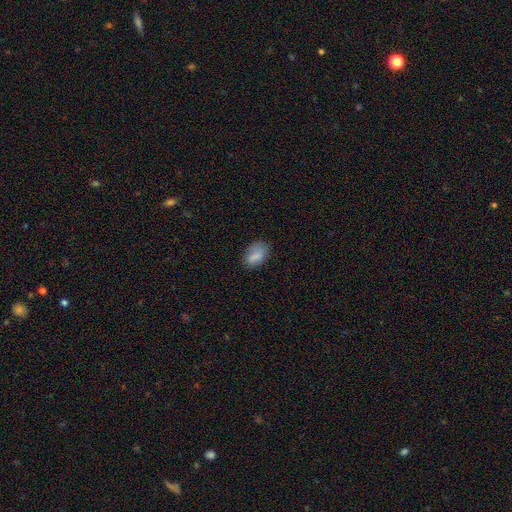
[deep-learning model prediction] Smooth or featured?
  - smooth: 78% *
  - featured or disk: 13%
  - star or artifact: 8%
How rounded?
  - in between: 86% *
  - round: 12%
  - cigar-shaped: 2%
Merging?
  - none: 68% *
  - minor disturbance: 23%
  - major disturbance: 7%
  - merger: 2%